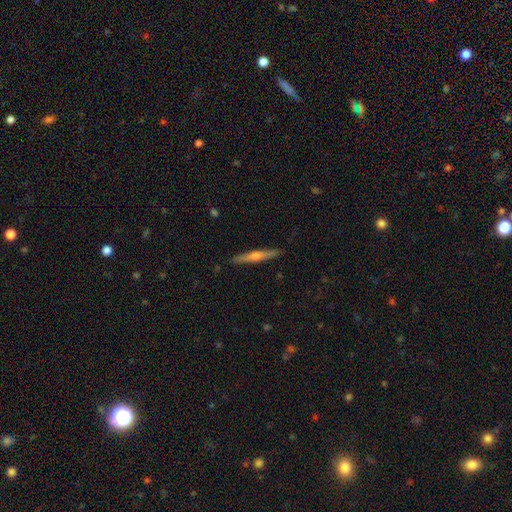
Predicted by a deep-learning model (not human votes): smooth_or_featured: featured or disk (p=0.59) [alt: smooth p=0.35]
disk_edge_on: yes (p=0.97) [alt: no p=0.03]
edge_on_bulge: rounded (p=0.80) [alt: none p=0.14]
merging: none (p=0.90) [alt: minor disturbance p=0.07]